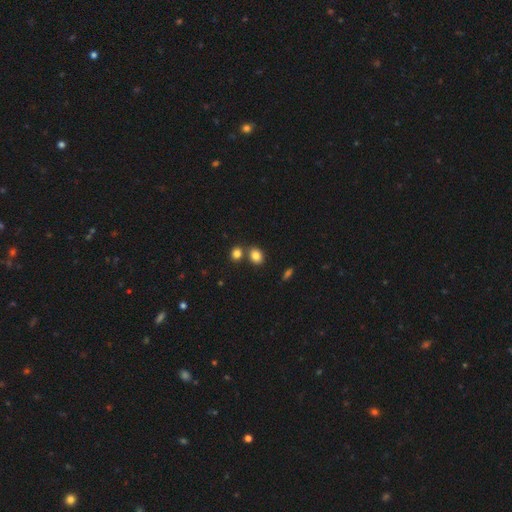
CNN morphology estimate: This is clearly a smooth galaxy (83%). How rounded: possibly in between (52%). Merging: likely none (67%).